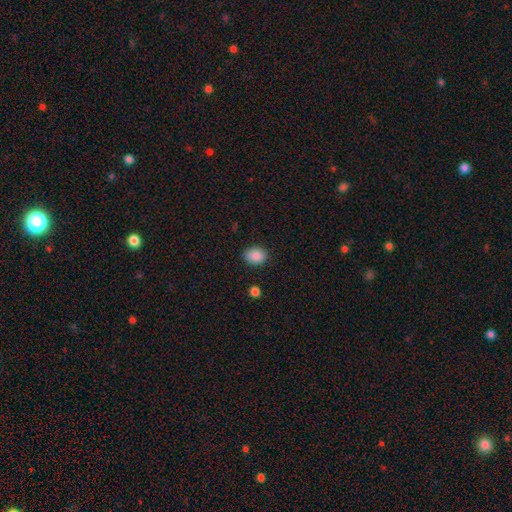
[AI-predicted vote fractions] A smooth galaxy with no disk features (87%) that is in between round and cigar-shaped (56%). Merging: none (85%).